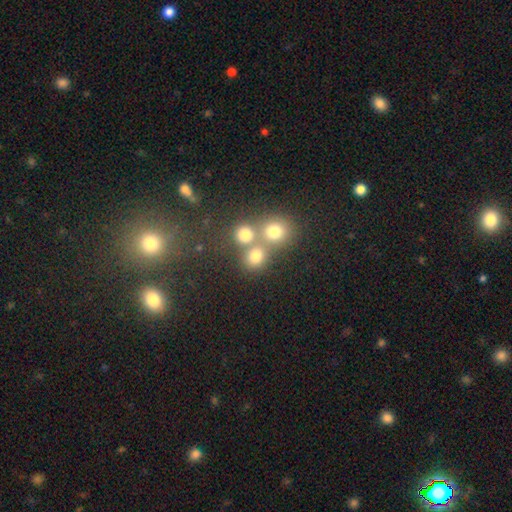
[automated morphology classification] The model was most divided on "merging": none: 52%, merger: 37%, minor disturbance: 7%, major disturbance: 4%. More confident: how rounded — round (82%); smooth or featured — smooth (75%).